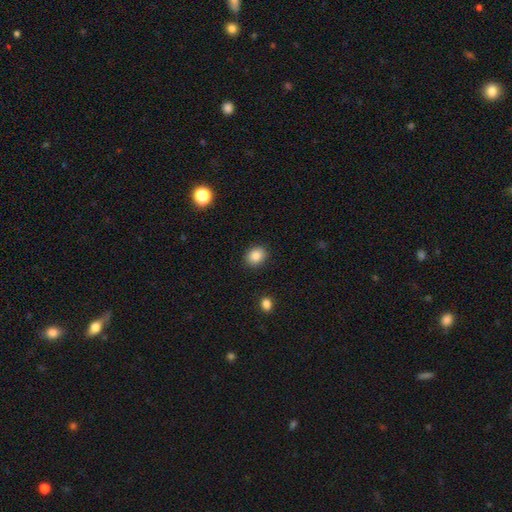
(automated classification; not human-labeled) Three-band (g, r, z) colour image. It shows a smooth galaxy with no disk features (86%) that is round (53%). Merging: none (88%).